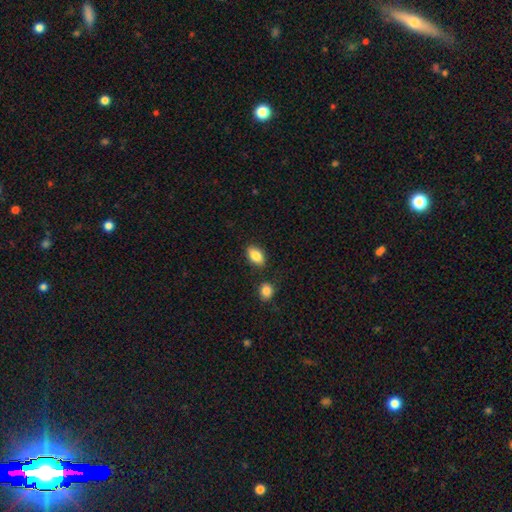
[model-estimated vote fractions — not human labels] Q: Smooth or featured?
A: smooth (85%); runner-up: featured or disk (8%)
Q: How rounded?
A: in between (89%); runner-up: round (8%)
Q: Merging?
A: none (81%); runner-up: minor disturbance (11%)